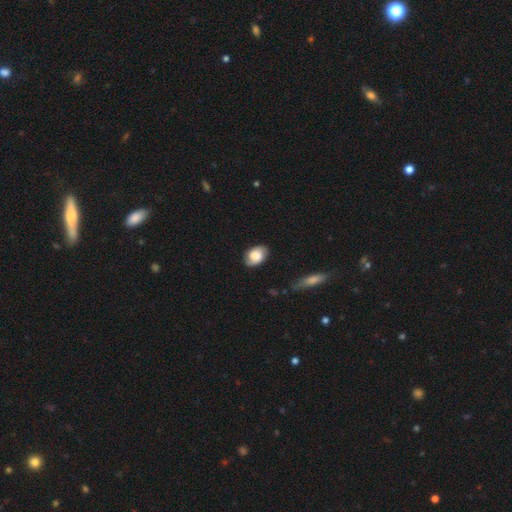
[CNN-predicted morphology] Smooth or featured?
  - smooth: 64% *
  - featured or disk: 28%
  - star or artifact: 8%
How rounded?
  - in between: 83% *
  - round: 16%
  - cigar-shaped: 2%
Merging?
  - none: 78% *
  - minor disturbance: 17%
  - major disturbance: 3%
  - merger: 2%